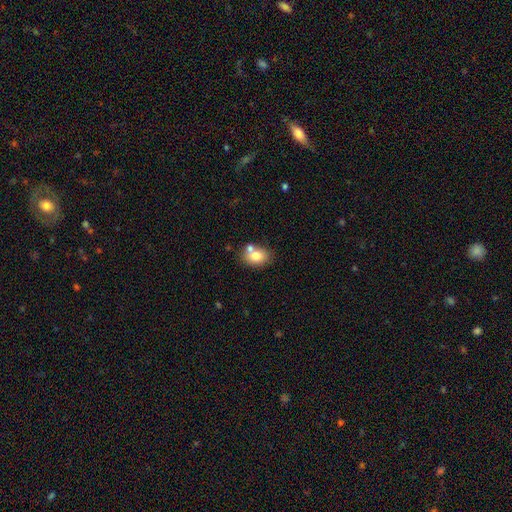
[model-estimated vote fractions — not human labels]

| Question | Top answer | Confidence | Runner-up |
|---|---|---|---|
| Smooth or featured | smooth | 77% | featured or disk (14%) |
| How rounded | in between | 66% | round (33%) |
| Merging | none | 58% | merger (25%) |